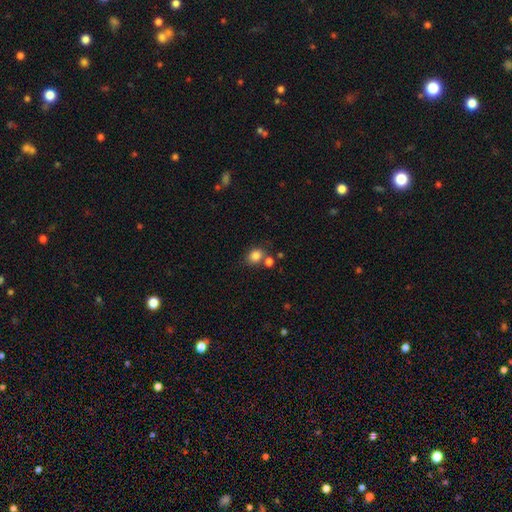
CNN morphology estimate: smooth-or-featured: smooth: 83% | star or artifact: 11% | featured or disk: 6%
  how-rounded: round: 53% | in between: 46% | cigar-shaped: 1%
  merging: none: 60% | merger: 23% | minor disturbance: 13% | major disturbance: 4%